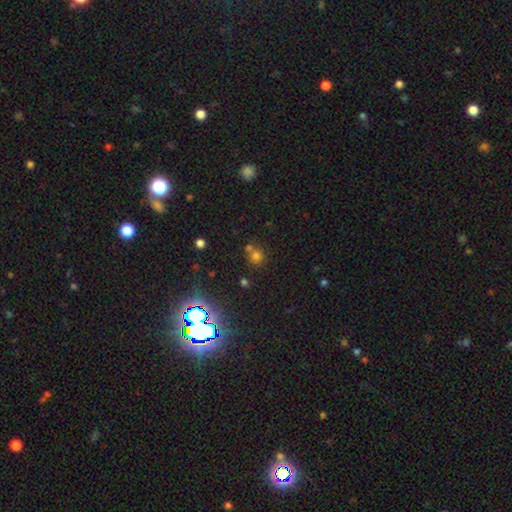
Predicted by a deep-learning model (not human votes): This appears to be a smooth galaxy with no disk features (58%) that is round (87%). Merging: none (61%).